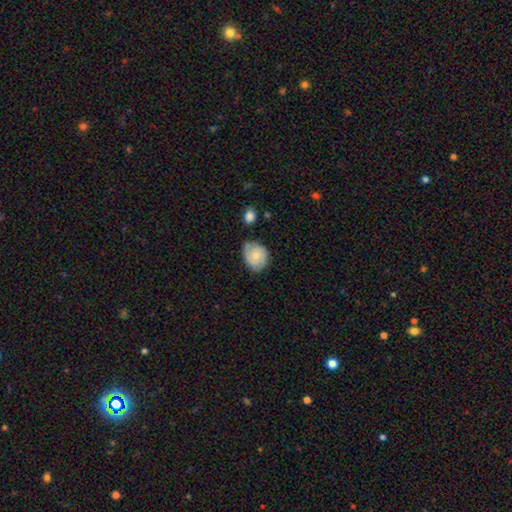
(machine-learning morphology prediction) Smooth or featured? smooth (57%)
How rounded? round (53%)
Merging? none (63%)